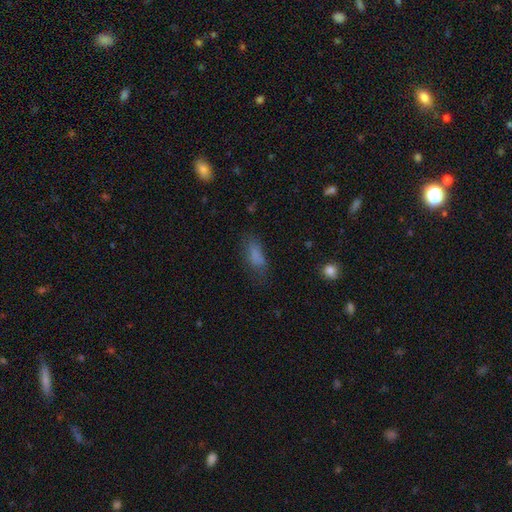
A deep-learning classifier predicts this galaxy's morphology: This appears to be a smooth galaxy with no disk features (77%) that is in between round and cigar-shaped (76%). Merging: none (58%).